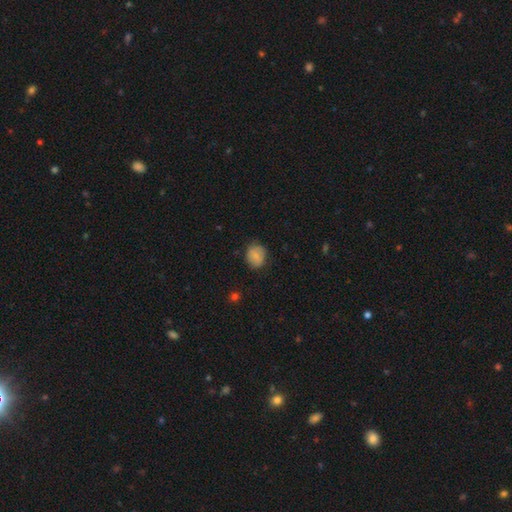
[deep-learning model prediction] A smooth galaxy with no disk features (78%) that is round (65%).

Vote fractions:
- Smooth or featured? smooth: 78% / featured or disk: 13% / star or artifact: 8%
- How rounded? round: 65% / in between: 34% / cigar-shaped: 1%
- Merging? none: 77% / minor disturbance: 17% / major disturbance: 4% / merger: 1%